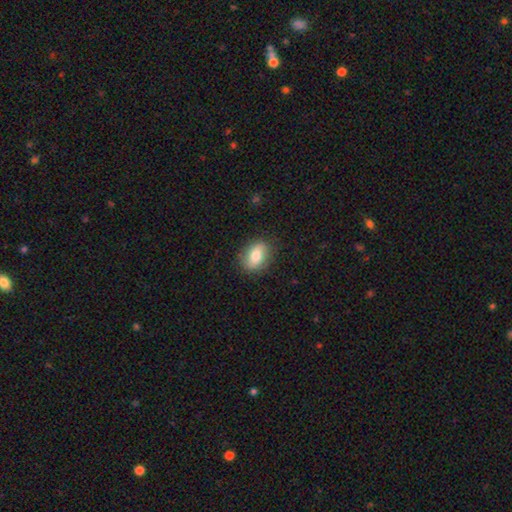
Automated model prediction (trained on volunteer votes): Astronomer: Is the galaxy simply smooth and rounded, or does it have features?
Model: smooth — 72%.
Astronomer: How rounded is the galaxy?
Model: in between — 77%.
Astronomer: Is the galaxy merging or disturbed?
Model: none — 82%.